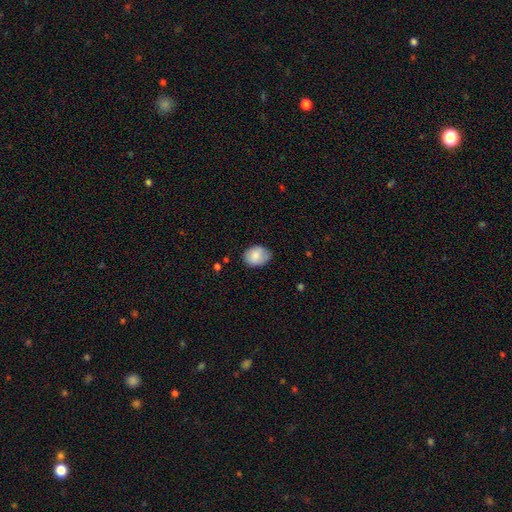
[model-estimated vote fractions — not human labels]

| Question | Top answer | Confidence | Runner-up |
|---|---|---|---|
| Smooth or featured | smooth | 84% | featured or disk (9%) |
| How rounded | in between | 68% | round (31%) |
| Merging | none | 66% | minor disturbance (27%) |